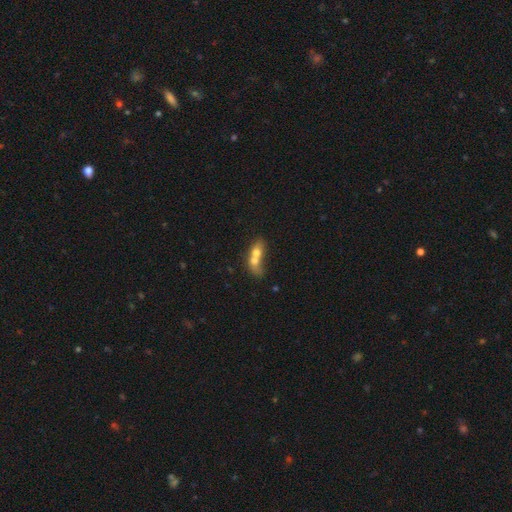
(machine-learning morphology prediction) This is likely a smooth galaxy (63%). How rounded: possibly in between (57%). Merging: likely merger (77%).